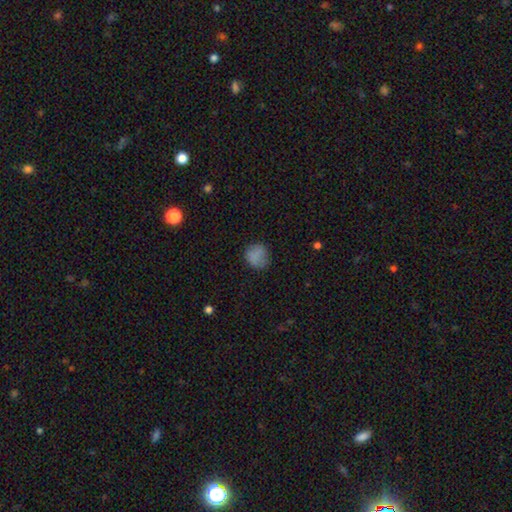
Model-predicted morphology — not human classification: This is clearly a smooth galaxy (82%). How rounded: clearly round (82%). Merging: likely none (73%).